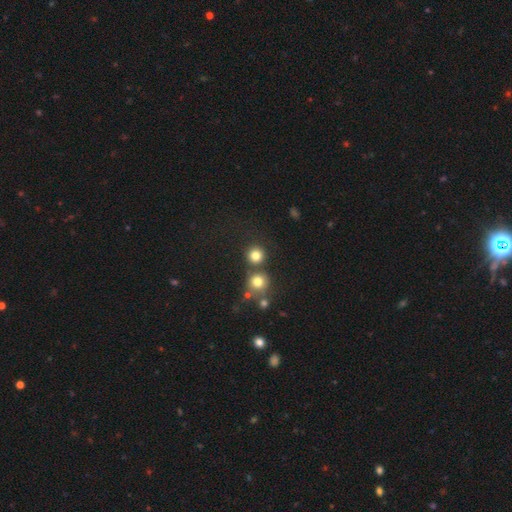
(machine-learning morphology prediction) smooth_or_featured: smooth (p=0.79) [alt: star or artifact p=0.14]
how_rounded: round (p=0.92) [alt: in between p=0.07]
merging: none (p=0.72) [alt: merger p=0.17]